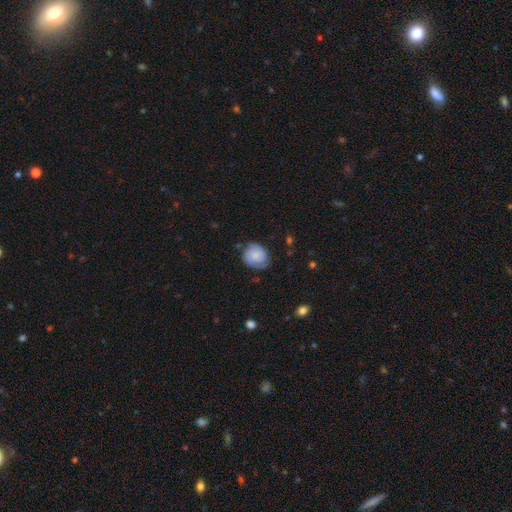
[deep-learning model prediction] Smooth or featured?
  - featured or disk: 46% * (tied)
  - smooth: 46% * (tied)
  - star or artifact: 8%
Merging?
  - none: 67% *
  - minor disturbance: 23%
  - major disturbance: 8%
  - merger: 2%